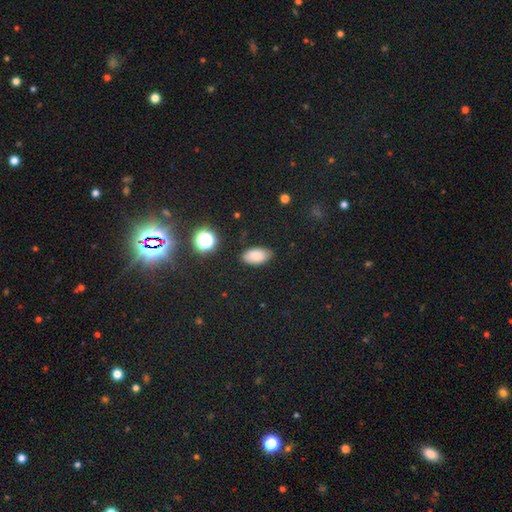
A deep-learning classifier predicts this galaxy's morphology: A smooth galaxy with no disk features (83%) that is in between round and cigar-shaped (93%). Merging: none (82%).